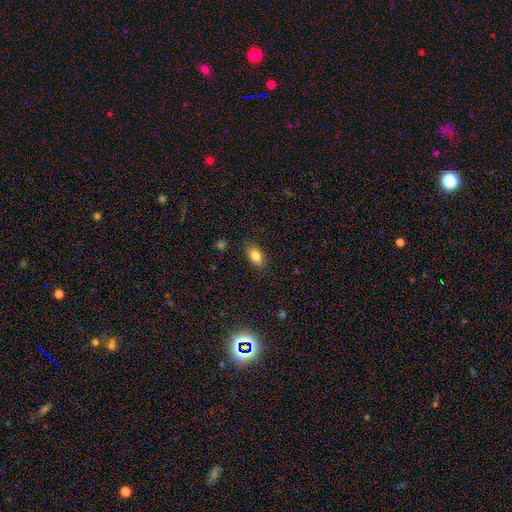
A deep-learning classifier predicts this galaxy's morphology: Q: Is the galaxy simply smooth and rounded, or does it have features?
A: smooth — 82%.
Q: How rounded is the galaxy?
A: in between — 88%.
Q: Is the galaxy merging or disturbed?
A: none — 86%.